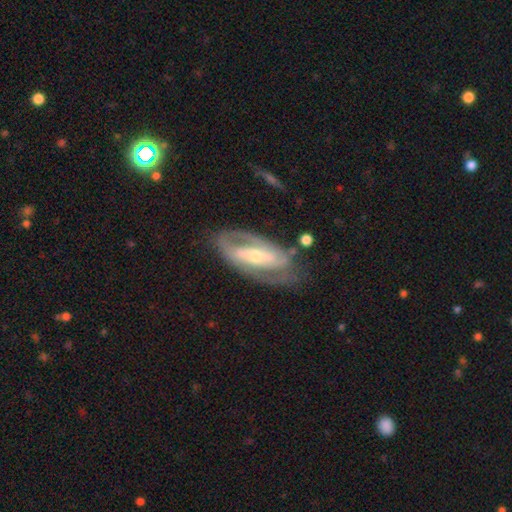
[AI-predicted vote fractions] Morphology: type=featured or disk (83%); edge-on=no (92%); bar=strong (49%); spiral arms=yes (89%); winding=tight (43%); arm count=2 (80%); bulge=moderate (47%); merging=none (69%).